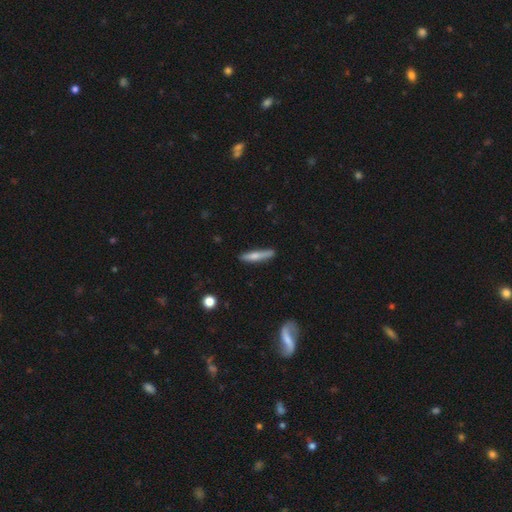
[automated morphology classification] A smooth galaxy with no disk features (66%) that is cigar-shaped (89%).

Vote fractions:
- Smooth or featured? smooth: 66% / featured or disk: 28% / star or artifact: 6%
- How rounded? cigar-shaped: 89% / in between: 10% / round: 2%
- Merging? none: 82% / minor disturbance: 14% / major disturbance: 3% / merger: 2%